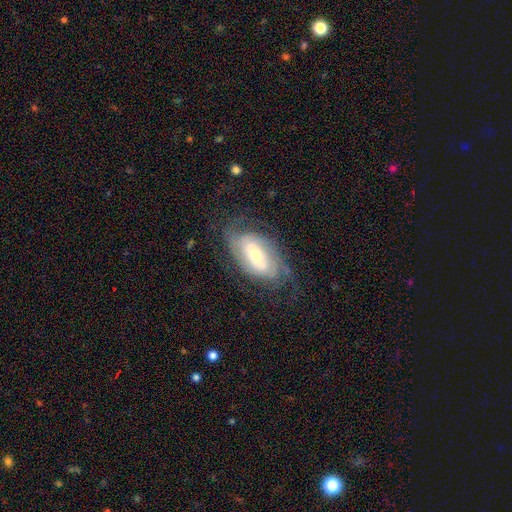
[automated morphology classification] smooth-or-featured: featured or disk: 76% | smooth: 18% | star or artifact: 6%
  disk-edge-on: no: 94% | yes: 6%
    bar: no: 40% | weak: 38% | strong: 22%
    has-spiral-arms: yes: 89% | no: 11%
      spiral-winding: tight: 50% | medium: 35% | loose: 14%
      spiral-arm-count: 2: 48% | can't tell: 31% | 3: 10% | 1: 4% | 4: 4% | more than 4: 3%
    bulge-size: moderate: 53% | small: 36% | large: 8% | dominant: 1% | none: 1%
  merging: none: 66% | minor disturbance: 20% | major disturbance: 13% | merger: 1%